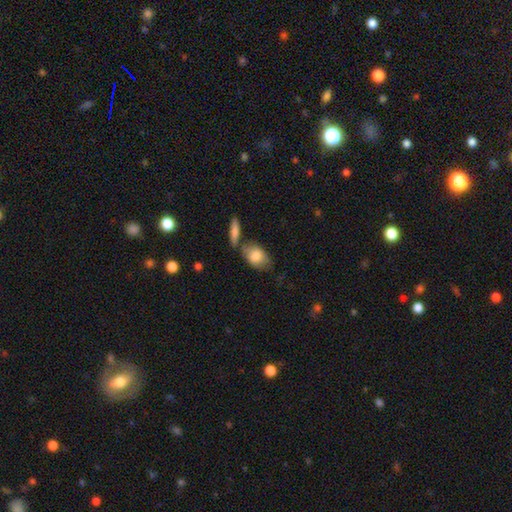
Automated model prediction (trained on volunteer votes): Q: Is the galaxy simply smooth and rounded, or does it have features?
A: smooth — 78%.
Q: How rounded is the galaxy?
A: in between — 87%.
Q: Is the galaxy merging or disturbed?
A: none — 55%.